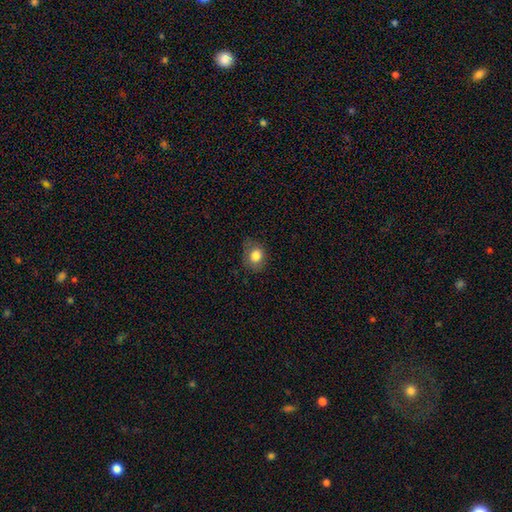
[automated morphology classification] Q: Smooth or featured?
A: smooth (81%); runner-up: star or artifact (10%)
Q: How rounded?
A: round (58%); runner-up: in between (41%)
Q: Merging?
A: none (70%); runner-up: minor disturbance (22%)